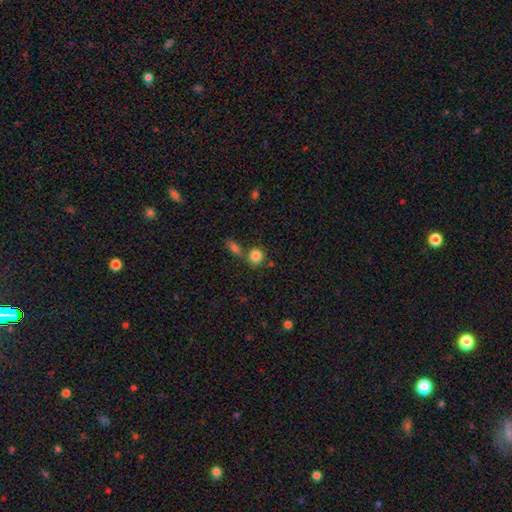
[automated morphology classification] type=smooth (85%); roundness=round (81%); merging=none (62%).